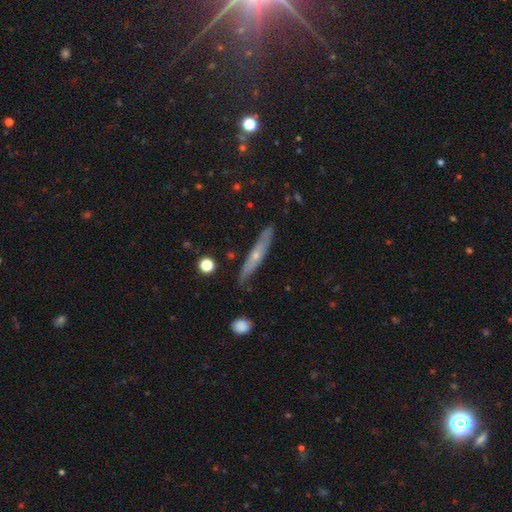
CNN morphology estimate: This is possibly a featured or disk galaxy (57%). It is clearly viewed edge-on (83%). Merging: likely none (79%).